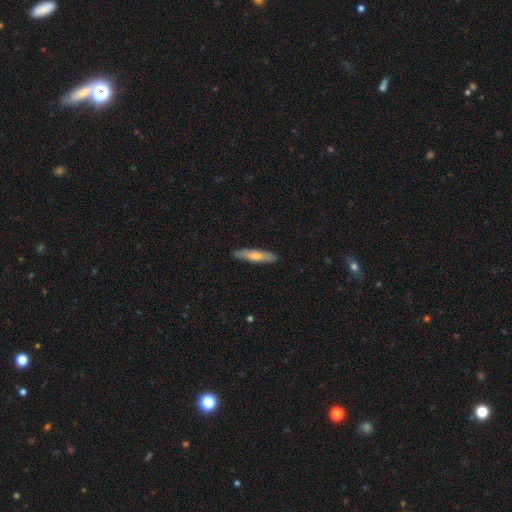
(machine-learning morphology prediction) A smooth galaxy with no disk features (63%) that is cigar-shaped (83%).

Vote fractions:
- Smooth or featured? smooth: 63% / featured or disk: 32% / star or artifact: 5%
- How rounded? cigar-shaped: 83% / in between: 16% / round: 2%
- Merging? none: 87% / minor disturbance: 10% / major disturbance: 2% / merger: 1%